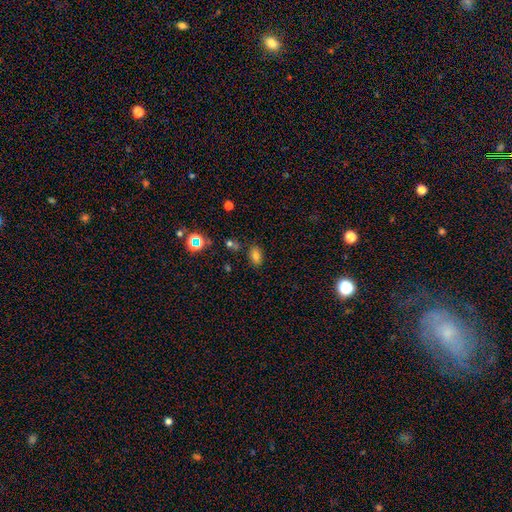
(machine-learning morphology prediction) Overall: smooth (75%). How rounded: in between (85%). Merging: none (78%).